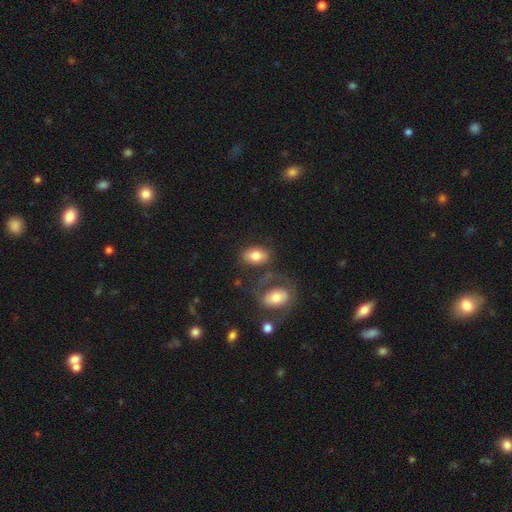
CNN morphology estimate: A smooth galaxy with no disk features (77%) that is in between round and cigar-shaped (87%). Merging: none (63%).